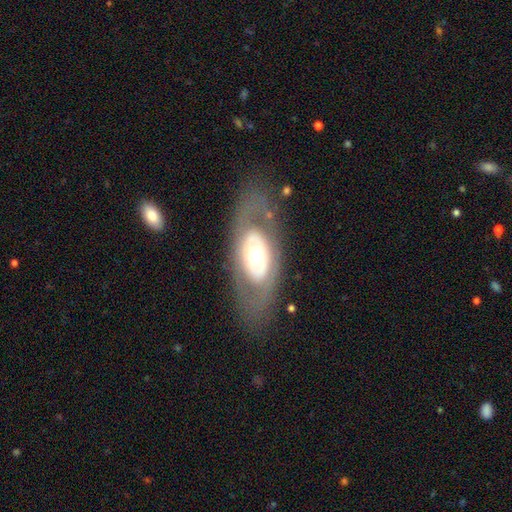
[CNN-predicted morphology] type=featured or disk (62%); edge-on=no (87%); bar=no (83%); spiral arms=no (81%); bulge=moderate (51%); merging=none (74%).